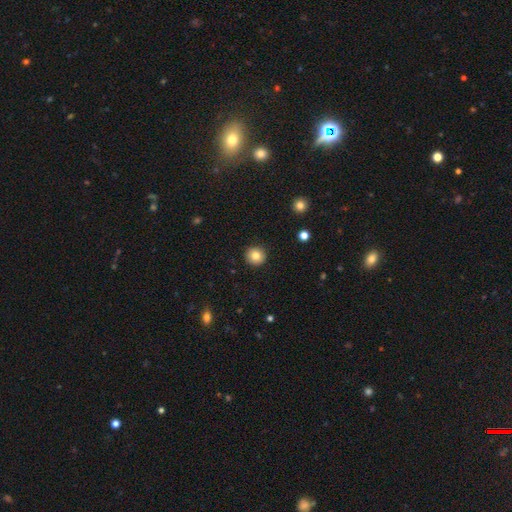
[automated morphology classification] This appears to be a smooth galaxy with no disk features (81%) that is round (94%). Merging: none (92%).